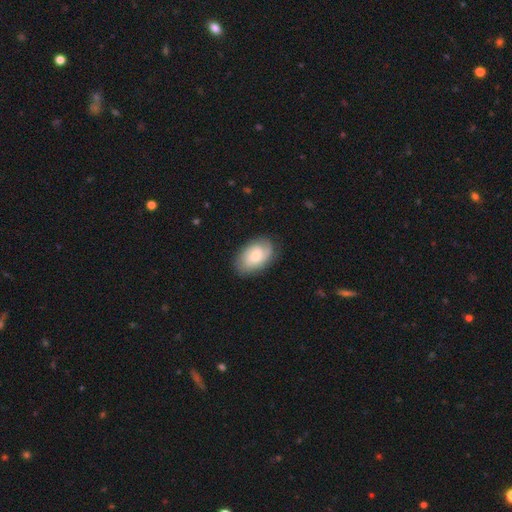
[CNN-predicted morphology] featured or disk 56%, smooth 37%, star or artifact 6%. Down the decision tree: edge-on disk — no (96%); bar — no (68%); spiral arms — yes (88%); bulge size — moderate (46%, tied with small); merging — none (79%).